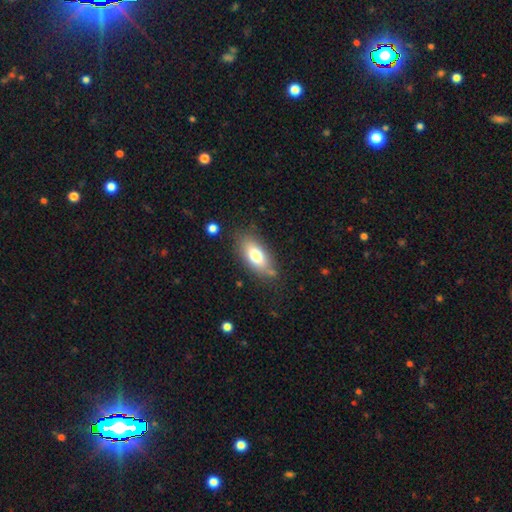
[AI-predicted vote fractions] Overall: smooth (72%). How rounded: in between (86%). Merging: none (74%).